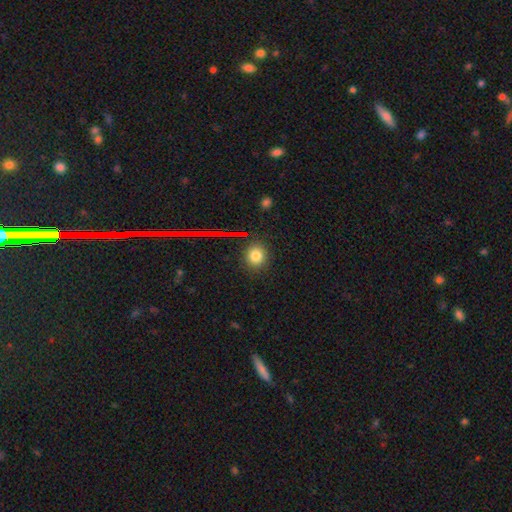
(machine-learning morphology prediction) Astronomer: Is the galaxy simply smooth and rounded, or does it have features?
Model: smooth — 78%.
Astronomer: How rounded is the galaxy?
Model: round — 79%.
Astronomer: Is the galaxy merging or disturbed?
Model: none — 87%.